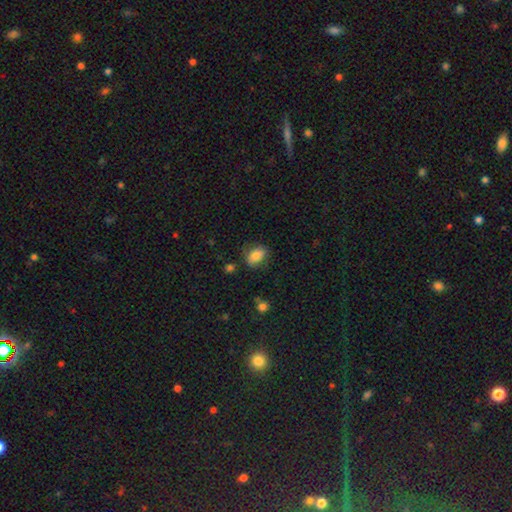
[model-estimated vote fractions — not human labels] smooth 80%, featured or disk 12%, star or artifact 8%. Down the decision tree: how rounded — in between (82%); merging — none (76%).